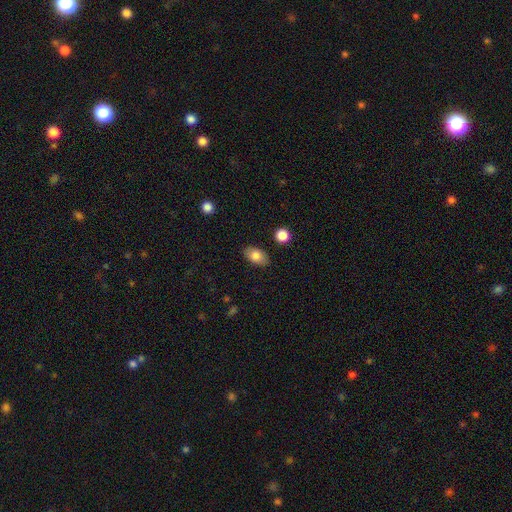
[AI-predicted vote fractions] smooth_or_featured: smooth (p=0.82) [alt: featured or disk p=0.11]
how_rounded: in between (p=0.90) [alt: round p=0.08]
merging: none (p=0.84) [alt: minor disturbance p=0.11]